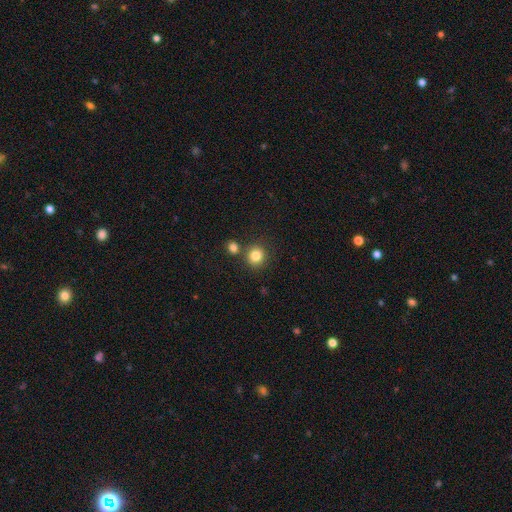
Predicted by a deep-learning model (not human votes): The model was most divided on "merging": none: 76%, merger: 14%, minor disturbance: 8%, major disturbance: 3%. More confident: how rounded — round (89%); smooth or featured — smooth (83%).